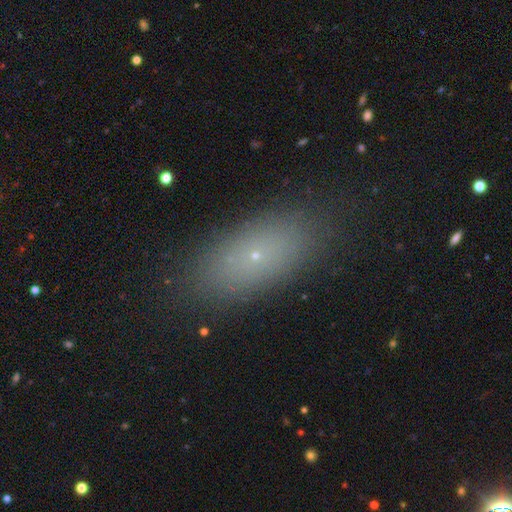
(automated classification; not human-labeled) A smooth galaxy with no disk features (65%) that is in between round and cigar-shaped (80%).

Vote fractions:
- Smooth or featured? smooth: 65% / featured or disk: 18% / star or artifact: 16%
- How rounded? in between: 80% / cigar-shaped: 12% / round: 8%
- Merging? none: 87% / minor disturbance: 9% / major disturbance: 3% / merger: 1%